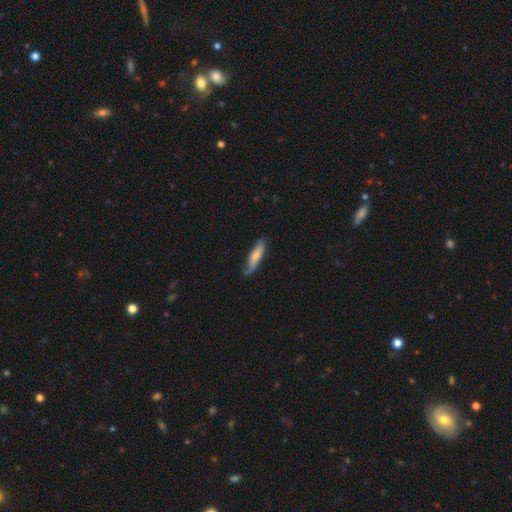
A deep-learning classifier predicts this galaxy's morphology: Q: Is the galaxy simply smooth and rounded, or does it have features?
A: smooth — 66%.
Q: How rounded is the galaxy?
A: cigar-shaped — 63%.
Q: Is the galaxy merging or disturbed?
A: none — 62%.